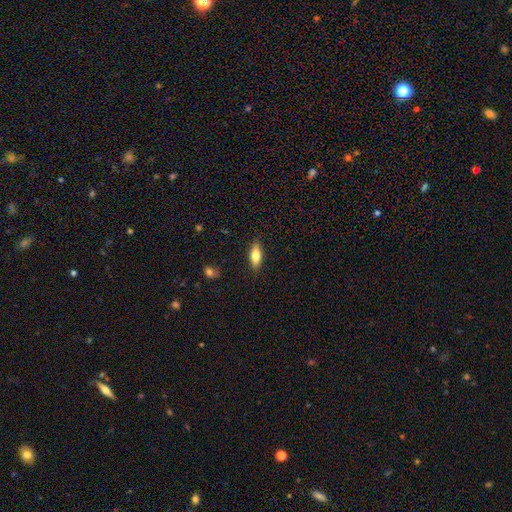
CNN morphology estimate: Q: Smooth or featured?
A: smooth (71%); runner-up: featured or disk (22%)
Q: How rounded?
A: in between (68%); runner-up: cigar-shaped (29%)
Q: Merging?
A: none (87%); runner-up: minor disturbance (9%)